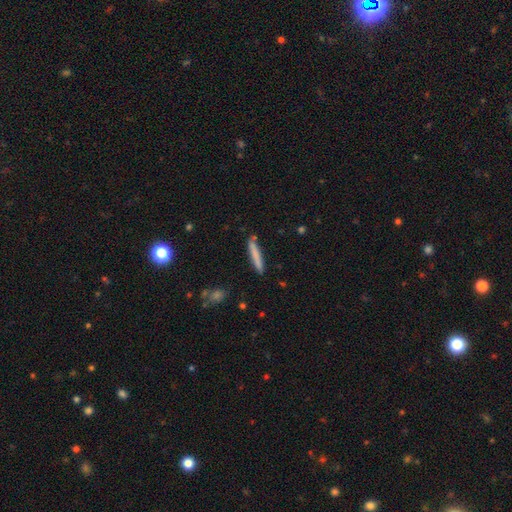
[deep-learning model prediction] Smooth or featured? smooth (77%)
How rounded? cigar-shaped (94%)
Merging? none (85%)